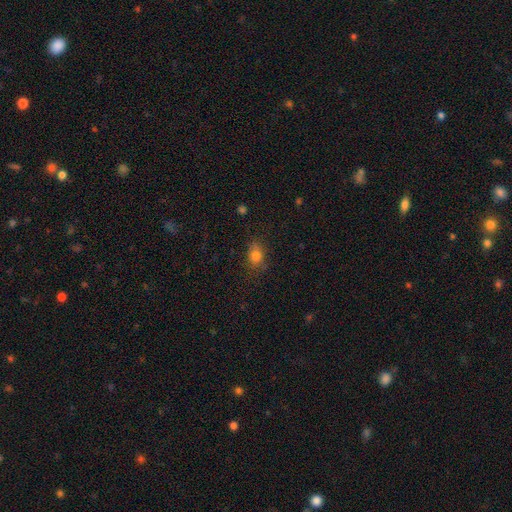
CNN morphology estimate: This appears to be a smooth galaxy with no disk features (80%) that is in between round and cigar-shaped (63%). Merging: none (73%).